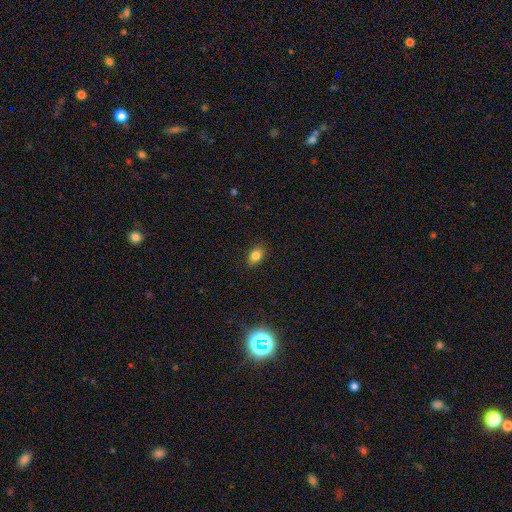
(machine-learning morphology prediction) Smooth or featured: smooth — 83% (star or artifact — 11%)
How rounded: in between — 79% (round — 19%)
Merging: none — 88% (minor disturbance — 9%)